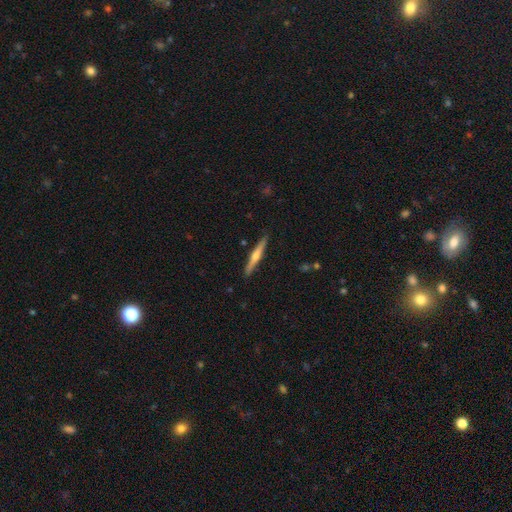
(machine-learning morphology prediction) type=featured or disk (67%); edge-on=yes (98%); edge-on bulge=rounded (87%); merging=none (91%).